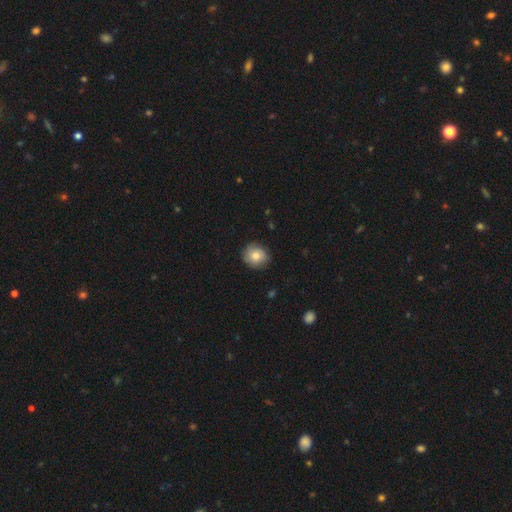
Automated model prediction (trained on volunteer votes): Overall: smooth (79%). How rounded: round (81%). Merging: none (80%).